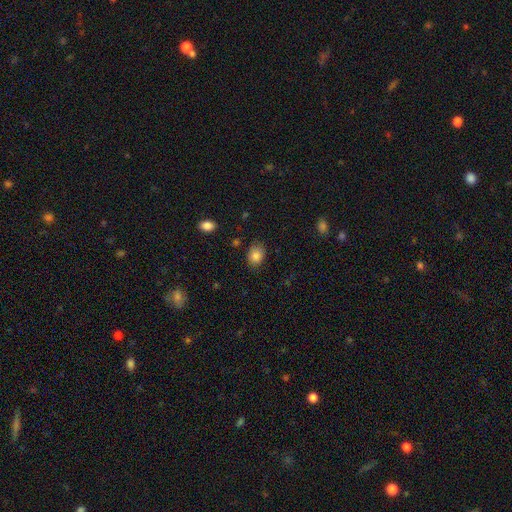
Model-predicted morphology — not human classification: Smooth or featured?
  - smooth: 85% *
  - star or artifact: 9%
  - featured or disk: 6%
How rounded?
  - in between: 63% *
  - round: 36%
  - cigar-shaped: 1%
Merging?
  - none: 81% *
  - minor disturbance: 15%
  - major disturbance: 3%
  - merger: 2%